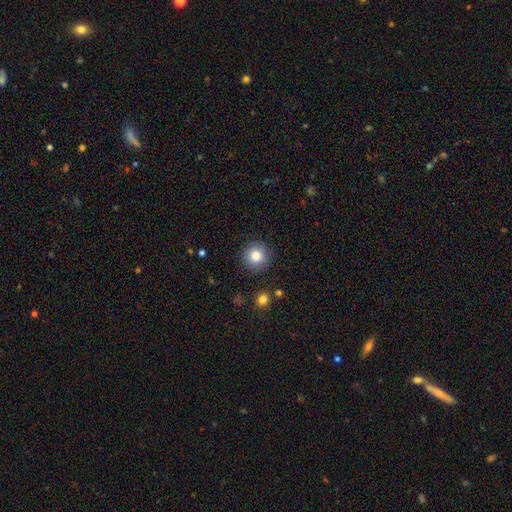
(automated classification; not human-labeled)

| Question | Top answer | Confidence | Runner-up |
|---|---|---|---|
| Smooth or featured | smooth | 84% | star or artifact (9%) |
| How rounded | round | 94% | in between (5%) |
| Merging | none | 88% | minor disturbance (8%) |